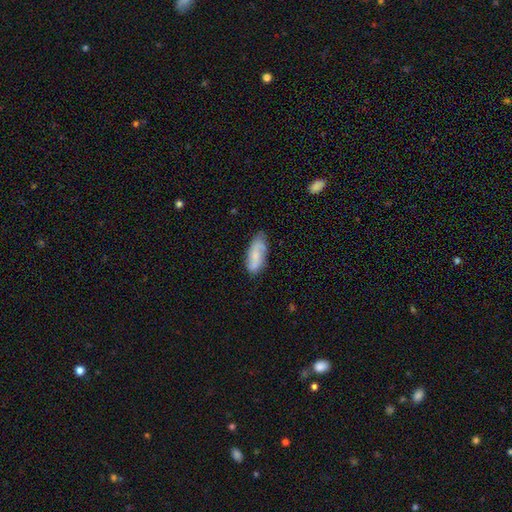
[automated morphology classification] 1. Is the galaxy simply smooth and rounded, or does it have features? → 51% smooth, 42% featured or disk, 7% star or artifact.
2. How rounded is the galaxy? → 77% in between, 21% cigar-shaped, 2% round.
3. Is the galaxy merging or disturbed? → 66% none, 25% minor disturbance, 6% major disturbance, 3% merger.